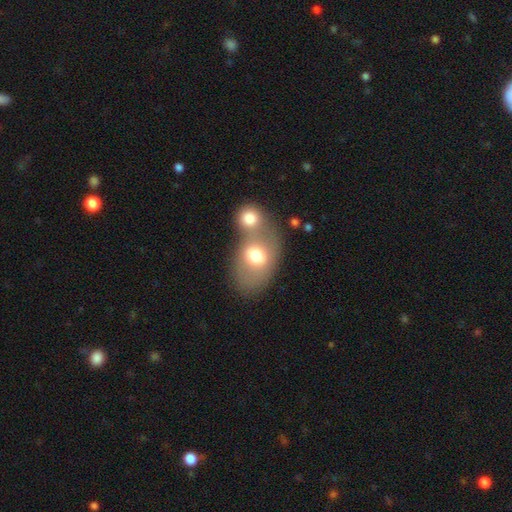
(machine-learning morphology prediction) smooth_or_featured: smooth (p=0.69) [alt: featured or disk p=0.23]
how_rounded: in between (p=0.74) [alt: round p=0.25]
merging: merger (p=0.56) [alt: none p=0.29]